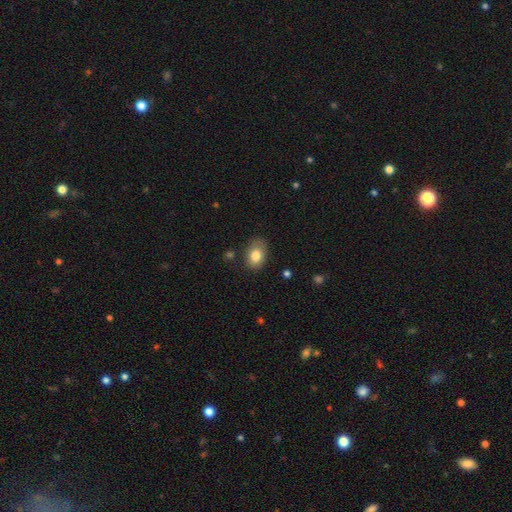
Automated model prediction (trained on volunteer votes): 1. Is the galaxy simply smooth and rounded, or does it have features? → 81% smooth, 11% featured or disk, 8% star or artifact.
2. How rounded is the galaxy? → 81% in between, 18% round, 1% cigar-shaped.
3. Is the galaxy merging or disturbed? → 76% none, 18% minor disturbance, 4% major disturbance, 2% merger.